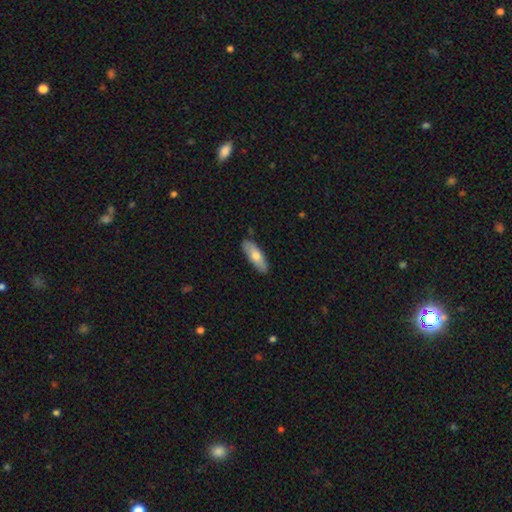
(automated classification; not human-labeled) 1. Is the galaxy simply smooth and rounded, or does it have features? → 69% smooth, 26% featured or disk, 5% star or artifact.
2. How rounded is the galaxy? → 59% in between, 39% cigar-shaped, 2% round.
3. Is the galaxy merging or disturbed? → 86% none, 10% minor disturbance, 2% major disturbance, 1% merger.